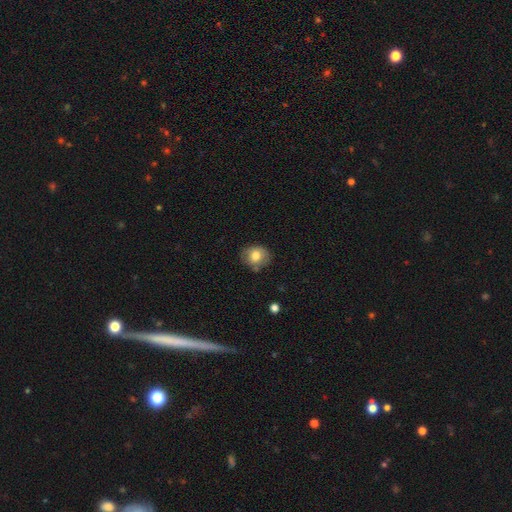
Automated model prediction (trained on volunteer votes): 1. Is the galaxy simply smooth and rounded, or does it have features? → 73% smooth, 18% featured or disk, 9% star or artifact.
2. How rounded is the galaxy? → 63% round, 36% in between, 1% cigar-shaped.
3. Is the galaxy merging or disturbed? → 75% none, 17% minor disturbance, 4% merger, 4% major disturbance.